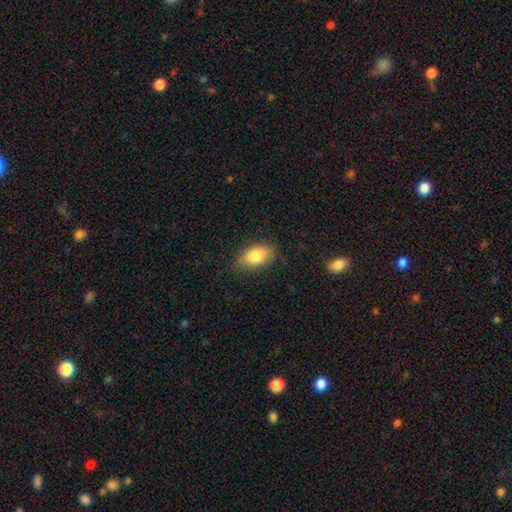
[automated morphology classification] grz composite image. It shows a smooth galaxy with no disk features (82%) that is in between round and cigar-shaped (91%). Merging: none (81%).